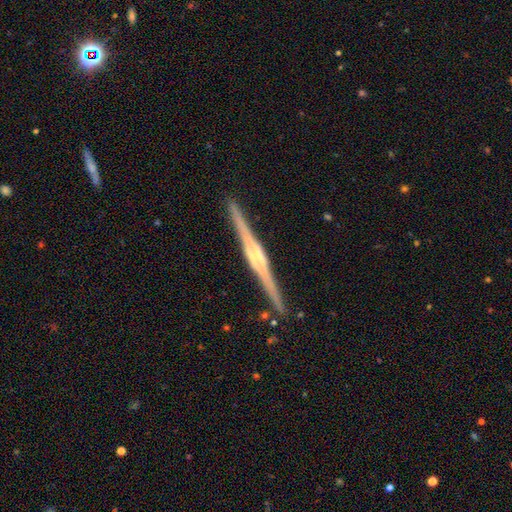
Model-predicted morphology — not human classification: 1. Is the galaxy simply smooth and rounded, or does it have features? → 87% featured or disk, 9% smooth, 5% star or artifact.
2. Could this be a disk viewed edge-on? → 98% yes, 2% no.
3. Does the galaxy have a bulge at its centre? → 51% rounded, 38% boxy, 11% none.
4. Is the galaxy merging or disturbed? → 91% none, 6% minor disturbance, 1% major disturbance, 1% merger.